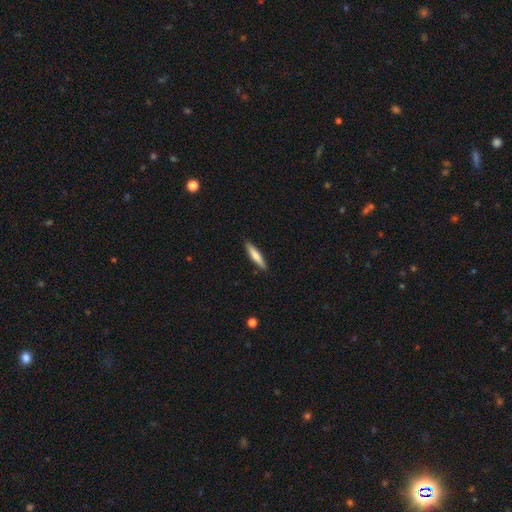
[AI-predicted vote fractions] smooth 69%, featured or disk 26%, star or artifact 5%. Down the decision tree: how rounded — cigar-shaped (87%); merging — none (90%).